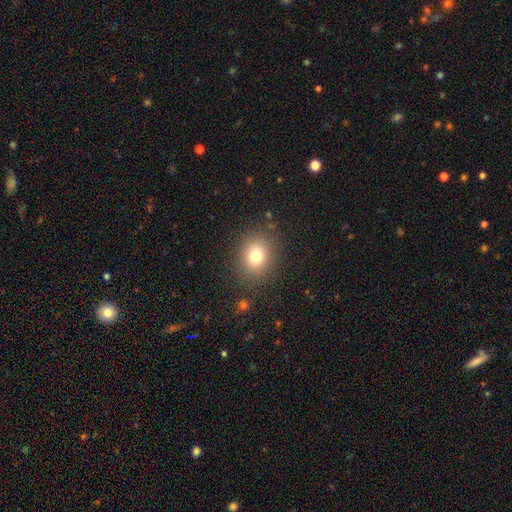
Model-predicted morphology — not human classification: This is likely a smooth galaxy (76%). How rounded: likely round (64%). Merging: clearly none (85%).